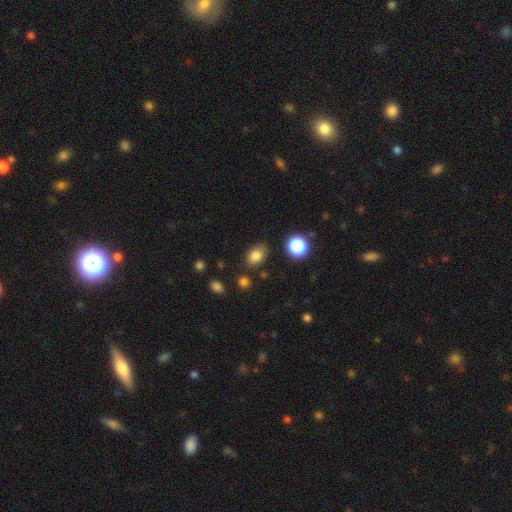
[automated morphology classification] Smooth or featured? Predicted: smooth (p=0.82). How rounded? Predicted: in between (p=0.74). Merging? Predicted: none (p=0.80).